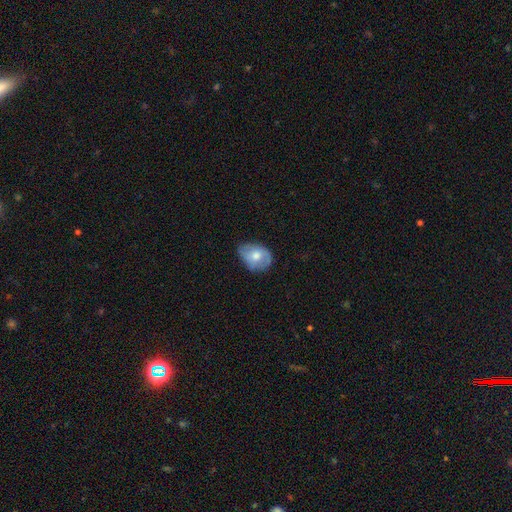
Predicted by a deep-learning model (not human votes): smooth-or-featured: smooth: 58% | featured or disk: 35% | star or artifact: 7%
  how-rounded: in between: 69% | round: 30% | cigar-shaped: 1%
  merging: none: 56% | minor disturbance: 33% | major disturbance: 9% | merger: 1%